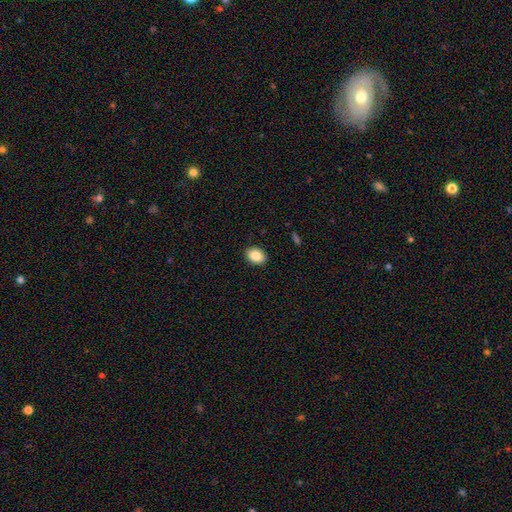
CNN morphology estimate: Overall: smooth (86%). How rounded: in between (71%). Merging: none (90%).